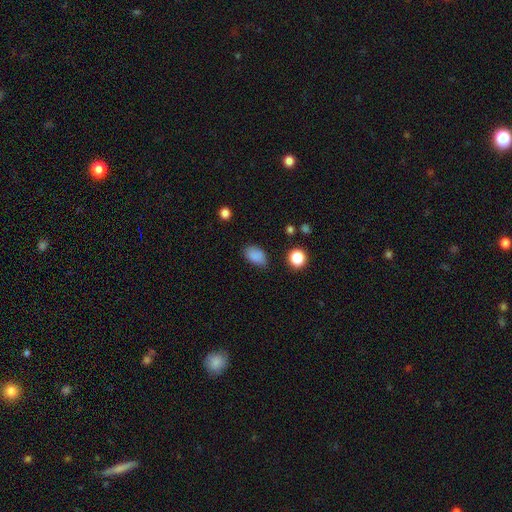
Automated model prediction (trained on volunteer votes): This appears to be a smooth galaxy with no disk features (85%) that is in between round and cigar-shaped (88%). Merging: none (72%).